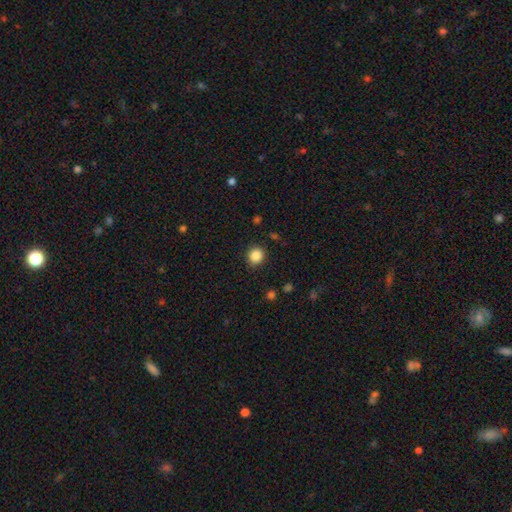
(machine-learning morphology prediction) A smooth galaxy with no disk features (86%) that is round (87%). Merging: none (89%).